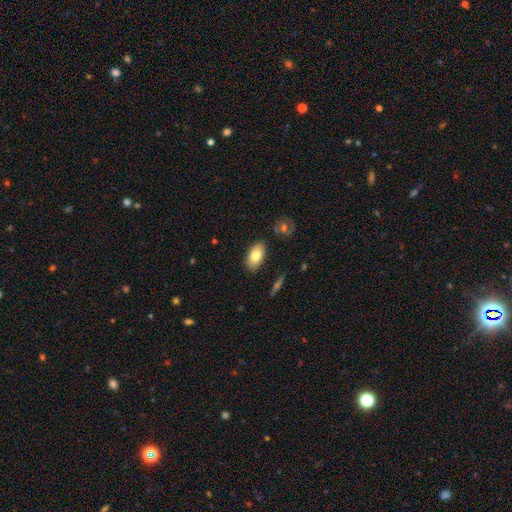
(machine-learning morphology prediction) type=smooth (78%); roundness=in between (92%); merging=none (86%).